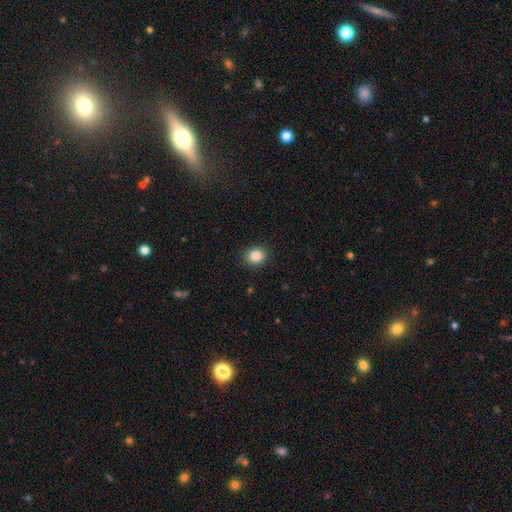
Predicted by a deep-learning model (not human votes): A smooth galaxy with no disk features (85%) that is round (76%).

Vote fractions:
- Smooth or featured? smooth: 85% / star or artifact: 10% / featured or disk: 5%
- How rounded? round: 76% / in between: 23% / cigar-shaped: 1%
- Merging? none: 89% / minor disturbance: 8% / major disturbance: 2% / merger: 1%